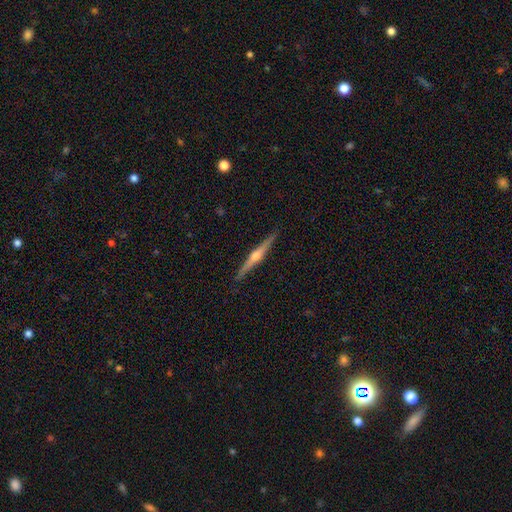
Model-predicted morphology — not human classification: type=featured or disk (82%); edge-on=yes (99%); edge-on bulge=rounded (92%); merging=none (92%).